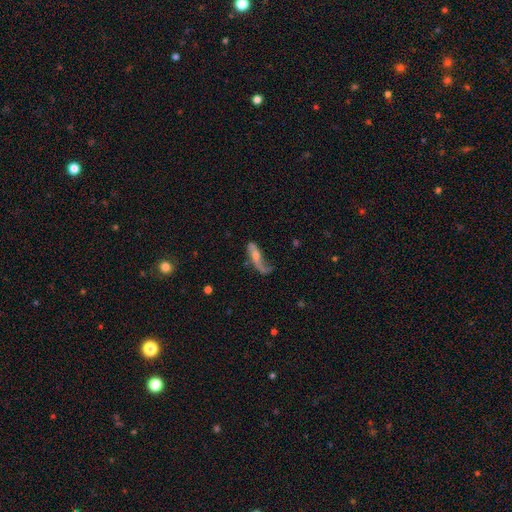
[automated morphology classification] type=featured or disk (55%); edge-on=no (79%); merging=none (36%).